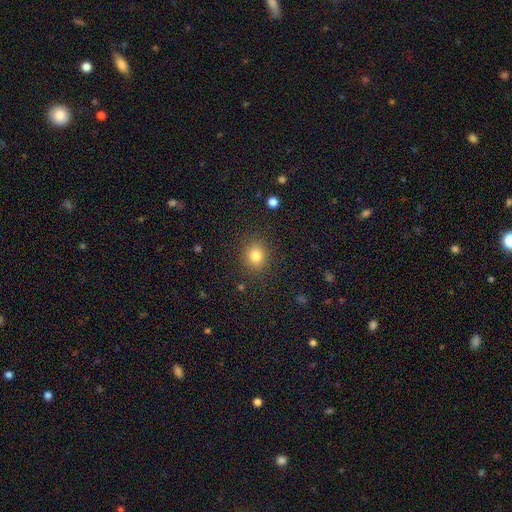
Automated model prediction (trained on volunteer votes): Morphology: type=smooth (82%); roundness=round (76%); merging=none (87%).